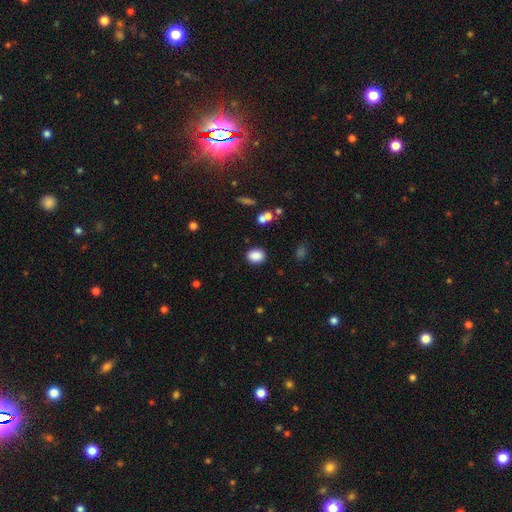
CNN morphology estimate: The model was most divided on "how rounded": in between: 62%, round: 37%, cigar-shaped: 1%. More confident: merging — none (87%); smooth or featured — smooth (86%).